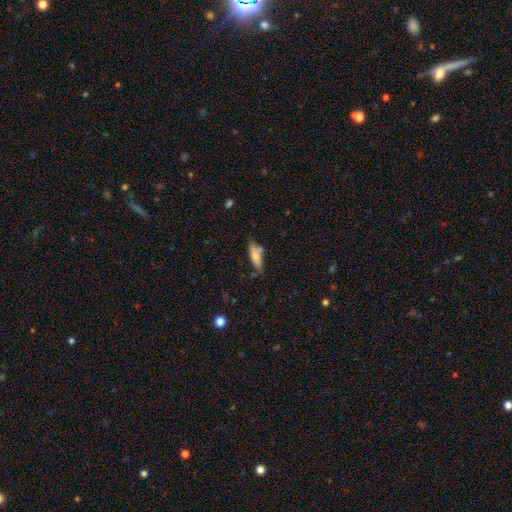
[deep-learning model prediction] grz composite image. It shows a smooth galaxy with no disk features (75%) that is in between round and cigar-shaped (63%). Merging: none (55%).